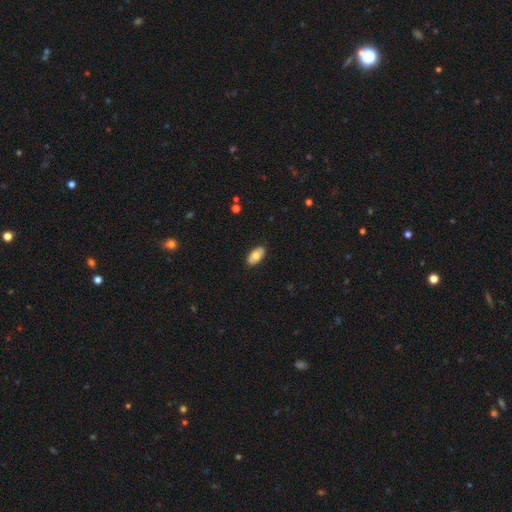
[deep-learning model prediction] Q: Smooth or featured?
A: smooth (70%); runner-up: featured or disk (23%)
Q: How rounded?
A: in between (94%); runner-up: round (3%)
Q: Merging?
A: none (86%); runner-up: minor disturbance (11%)